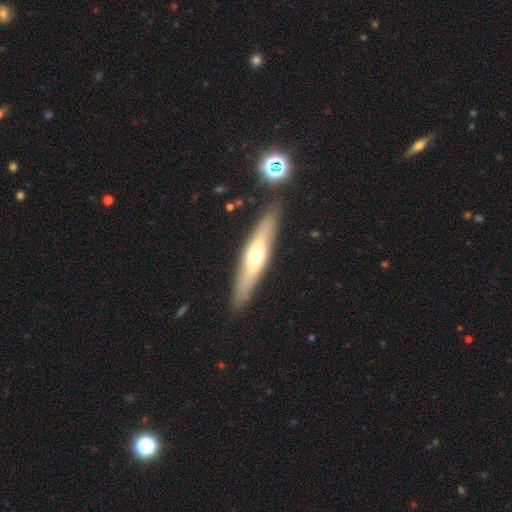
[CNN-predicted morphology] This is possibly a featured or disk galaxy (54%). It is likely viewed edge-on (79%). Merging: clearly none (88%).